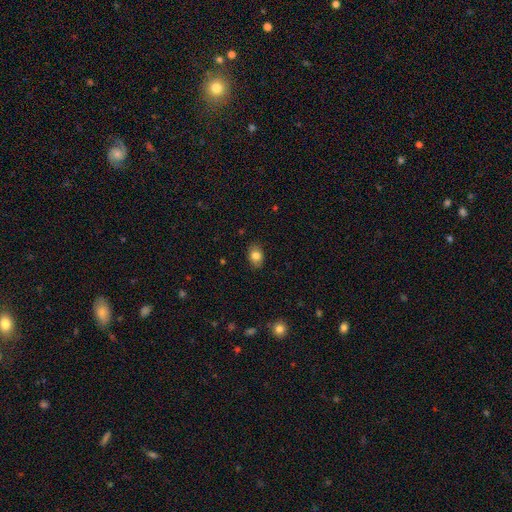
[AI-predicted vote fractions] A smooth galaxy with no disk features (82%) that is in between round and cigar-shaped (73%). Merging: none (84%).